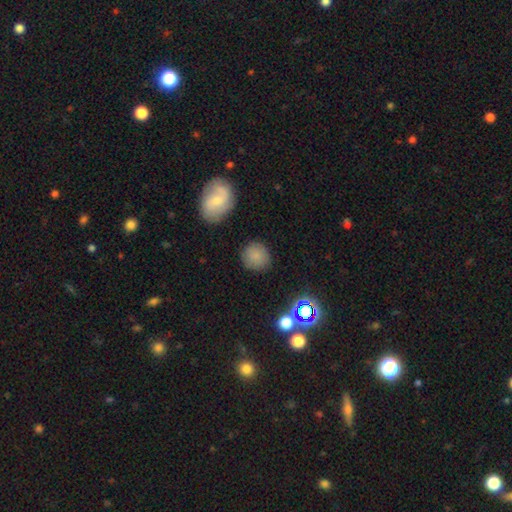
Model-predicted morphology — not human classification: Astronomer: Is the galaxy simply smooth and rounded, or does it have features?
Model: smooth — 81%.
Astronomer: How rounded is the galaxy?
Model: round — 89%.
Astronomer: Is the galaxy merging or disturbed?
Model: none — 85%.